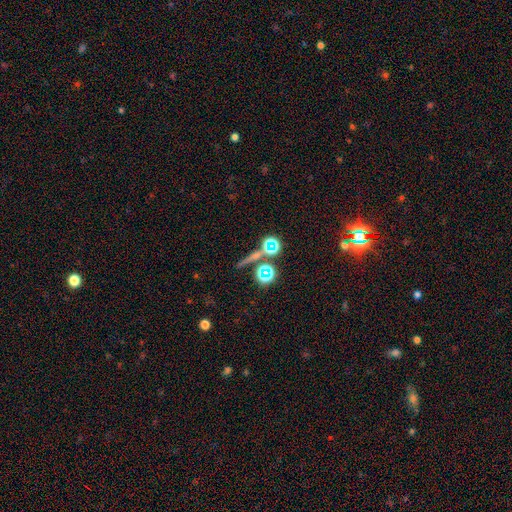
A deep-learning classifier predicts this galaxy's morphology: A star or artifact, not a galaxy (51%).